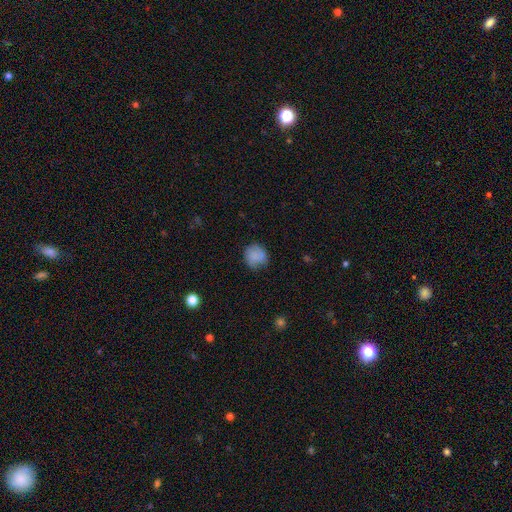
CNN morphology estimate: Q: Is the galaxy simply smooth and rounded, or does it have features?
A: smooth — 80%.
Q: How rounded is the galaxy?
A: round — 83%.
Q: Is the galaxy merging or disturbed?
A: none — 71%.